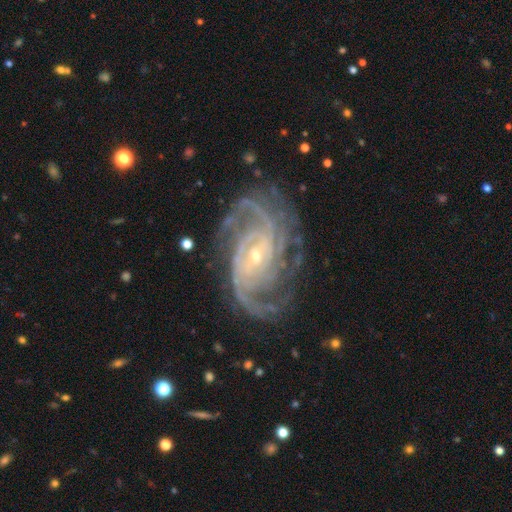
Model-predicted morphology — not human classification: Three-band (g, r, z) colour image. It shows a featured or disk galaxy (93%) with no bar (48%), 2 (27%) tight (56%) spiral arms (99%) and a small central bulge (72%). Merging: none (76%).